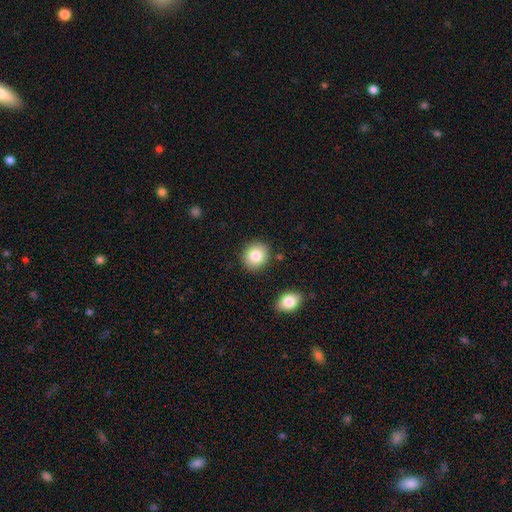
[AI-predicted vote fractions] Q: Smooth or featured?
A: smooth (84%); runner-up: star or artifact (8%)
Q: How rounded?
A: round (78%); runner-up: in between (21%)
Q: Merging?
A: none (87%); runner-up: minor disturbance (8%)